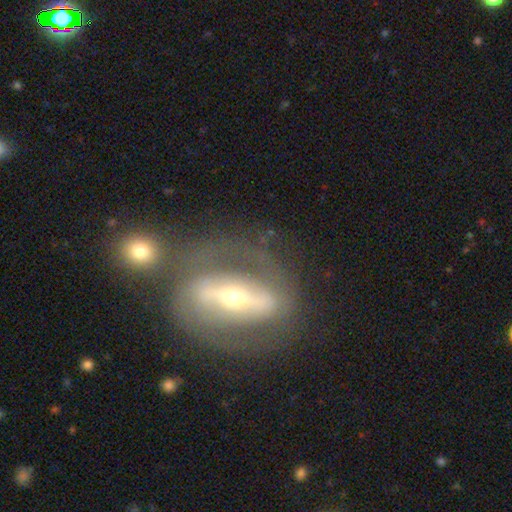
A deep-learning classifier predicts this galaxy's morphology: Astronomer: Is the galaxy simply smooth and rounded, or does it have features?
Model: featured or disk — 77%.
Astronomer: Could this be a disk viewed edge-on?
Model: no — 83%.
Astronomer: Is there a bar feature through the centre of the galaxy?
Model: strong — 67%.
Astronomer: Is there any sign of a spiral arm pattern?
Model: yes — 54% (runner-up: no, 46%).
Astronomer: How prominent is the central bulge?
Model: moderate — 48% (runner-up: small, 46%).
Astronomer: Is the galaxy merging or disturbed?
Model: none — 61%.